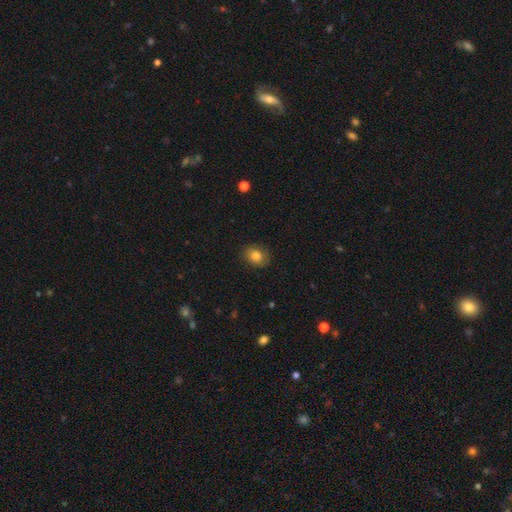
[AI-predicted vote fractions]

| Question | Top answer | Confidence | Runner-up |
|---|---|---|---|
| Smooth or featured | smooth | 82% | star or artifact (10%) |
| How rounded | round | 52% | in between (48%) |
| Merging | none | 85% | minor disturbance (11%) |